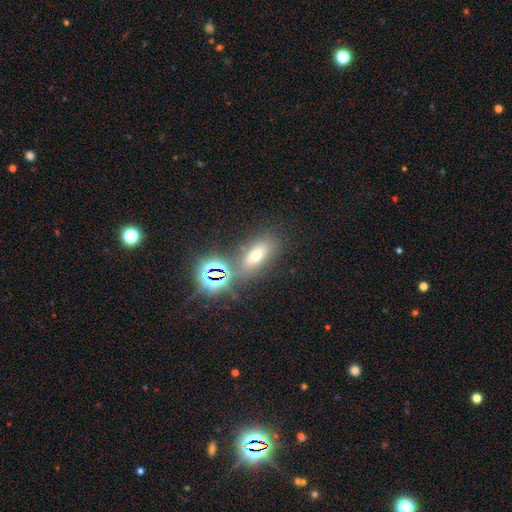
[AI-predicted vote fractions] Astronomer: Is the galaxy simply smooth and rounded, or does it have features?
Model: smooth — 47% (runner-up: star or artifact, 36%).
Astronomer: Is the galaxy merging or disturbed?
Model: none — 72%.